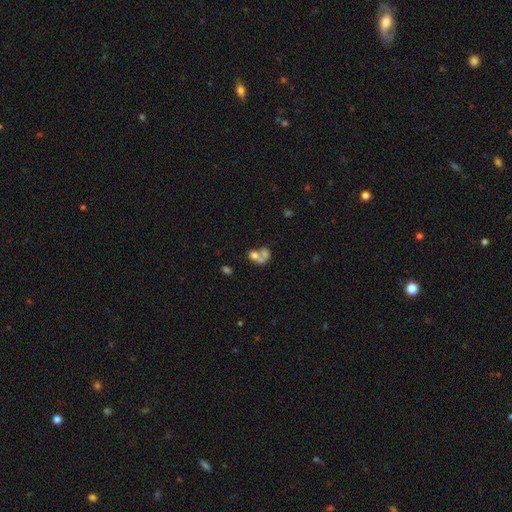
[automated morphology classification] Smooth or featured?
  - smooth: 58% *
  - featured or disk: 30%
  - star or artifact: 12%
How rounded?
  - in between: 62% *
  - round: 36%
  - cigar-shaped: 2%
Merging?
  - merger: 61% *
  - none: 21%
  - major disturbance: 10%
  - minor disturbance: 8%